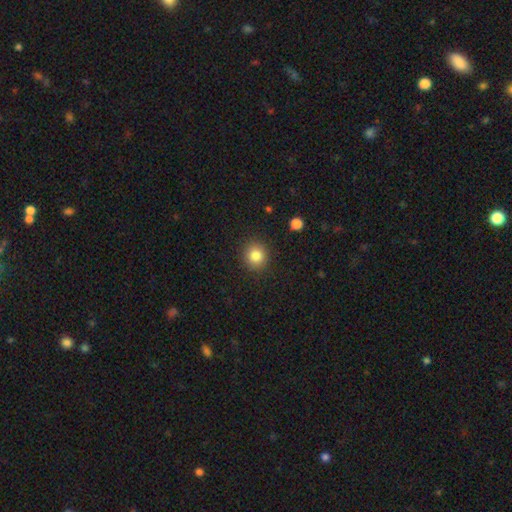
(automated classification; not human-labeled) Overall: smooth (84%). How rounded: round (89%). Merging: none (90%).